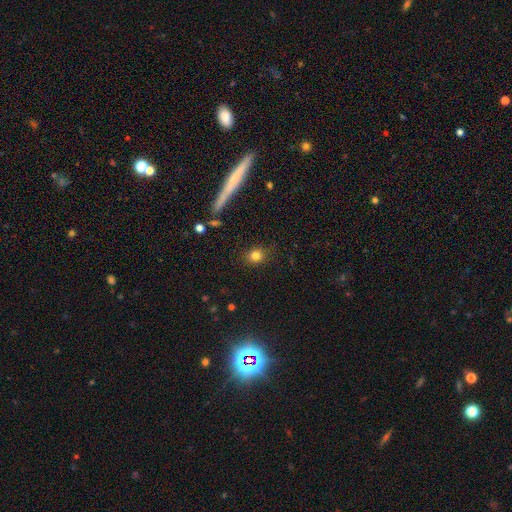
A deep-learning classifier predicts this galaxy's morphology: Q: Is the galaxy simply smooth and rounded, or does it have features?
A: smooth — 81%.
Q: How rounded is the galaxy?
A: round — 73%.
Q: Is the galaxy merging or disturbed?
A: none — 84%.